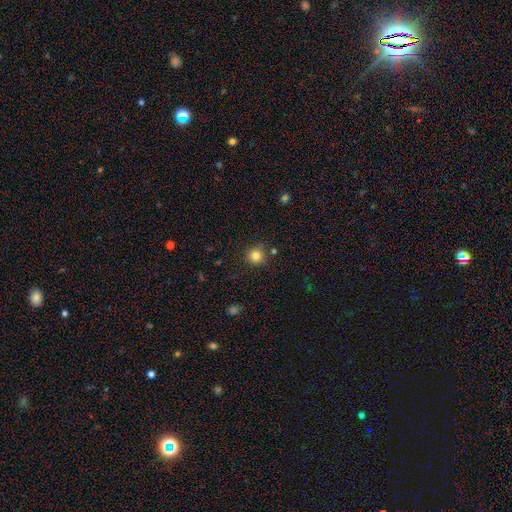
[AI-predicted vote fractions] A smooth galaxy with no disk features (82%) that is round (93%). Merging: none (84%).